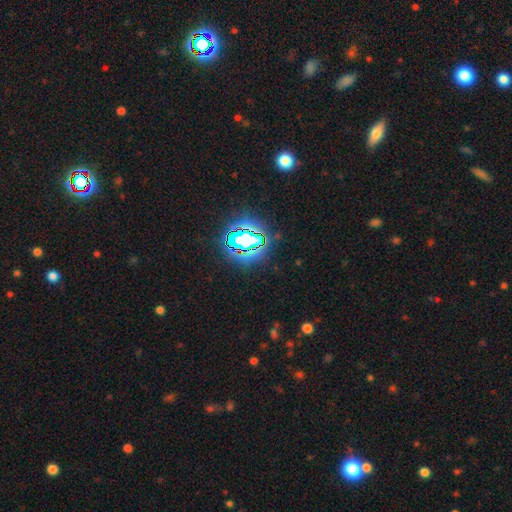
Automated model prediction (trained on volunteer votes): Smooth or featured?
  - star or artifact: 81% *
  - smooth: 12%
  - featured or disk: 7%